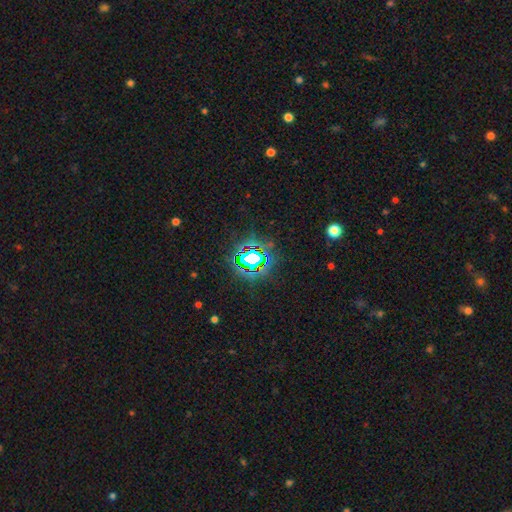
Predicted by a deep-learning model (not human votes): Smooth or featured?
  - star or artifact: 74% *
  - smooth: 16%
  - featured or disk: 10%